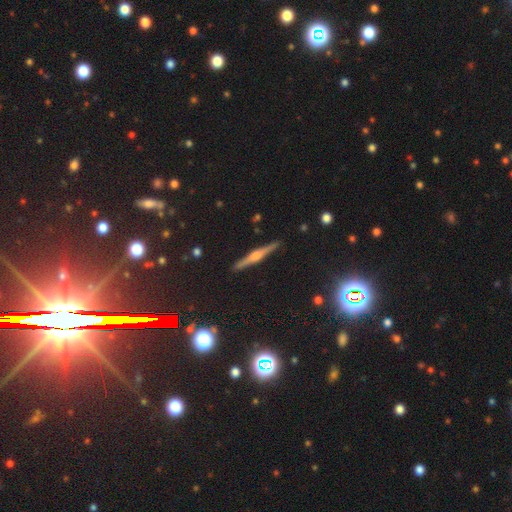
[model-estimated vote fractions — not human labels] Smooth or featured? featured or disk (72%)
Edge-on disk? yes (98%)
Edge-on bulge? rounded (73%)
Merging? none (91%)